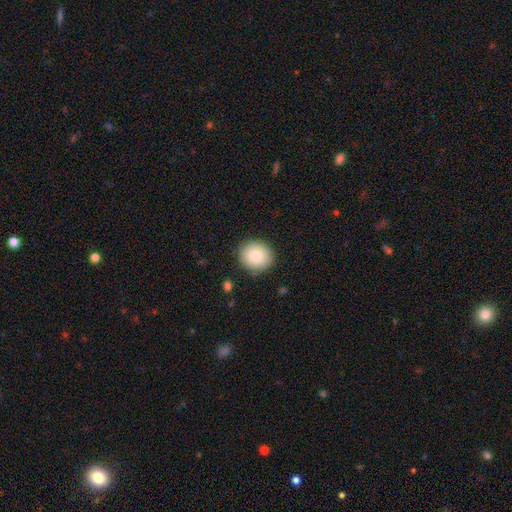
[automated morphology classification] smooth-or-featured: smooth: 83% | featured or disk: 9% | star or artifact: 8%
  how-rounded: round: 81% | in between: 18% | cigar-shaped: 1%
  merging: none: 88% | minor disturbance: 9% | major disturbance: 2% | merger: 1%